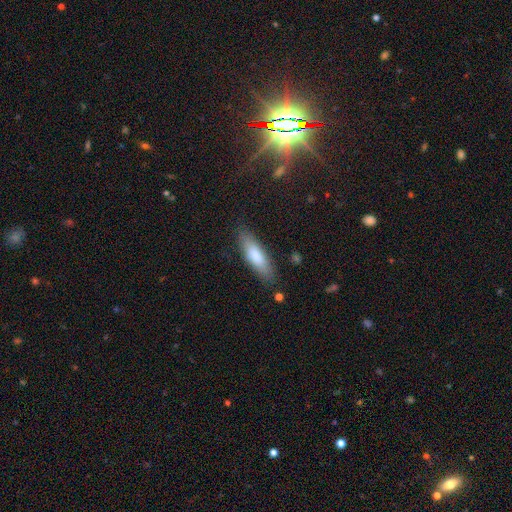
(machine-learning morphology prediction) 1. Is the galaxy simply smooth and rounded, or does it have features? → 79% smooth, 16% featured or disk, 6% star or artifact.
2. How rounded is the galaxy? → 52% cigar-shaped, 46% in between, 2% round.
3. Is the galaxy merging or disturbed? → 83% none, 13% minor disturbance, 3% major disturbance, 2% merger.